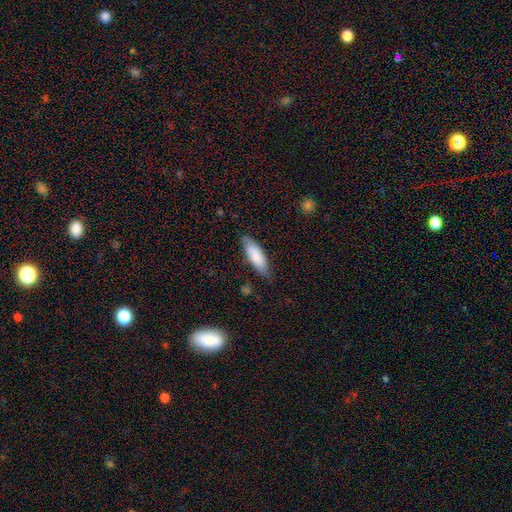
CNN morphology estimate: Q: Smooth or featured?
A: smooth (79%); runner-up: featured or disk (15%)
Q: How rounded?
A: in between (62%); runner-up: cigar-shaped (36%)
Q: Merging?
A: none (74%); runner-up: minor disturbance (20%)